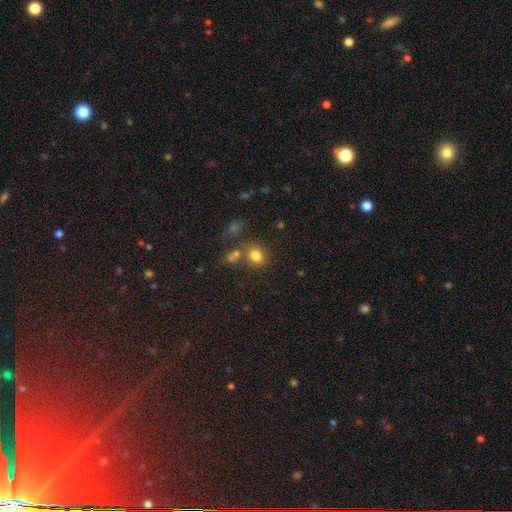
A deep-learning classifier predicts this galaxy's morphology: Smooth or featured?
  - smooth: 79% *
  - star or artifact: 14%
  - featured or disk: 8%
How rounded?
  - round: 70% *
  - in between: 29%
  - cigar-shaped: 1%
Merging?
  - none: 69% *
  - merger: 15%
  - minor disturbance: 11%
  - major disturbance: 5%